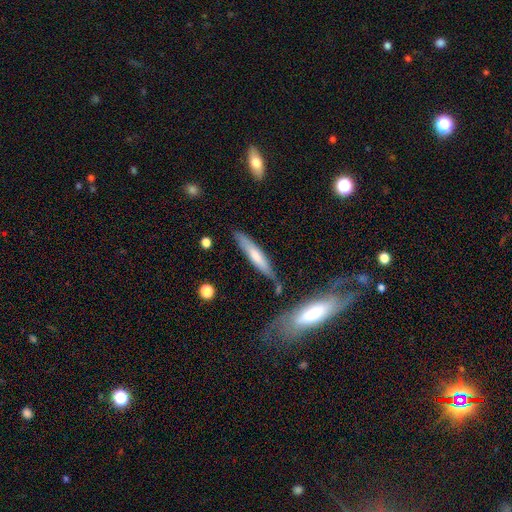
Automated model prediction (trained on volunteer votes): The model was most divided on "smooth or featured": smooth: 58%, featured or disk: 36%, star or artifact: 6%. More confident: how rounded — cigar-shaped (88%); merging — none (74%).